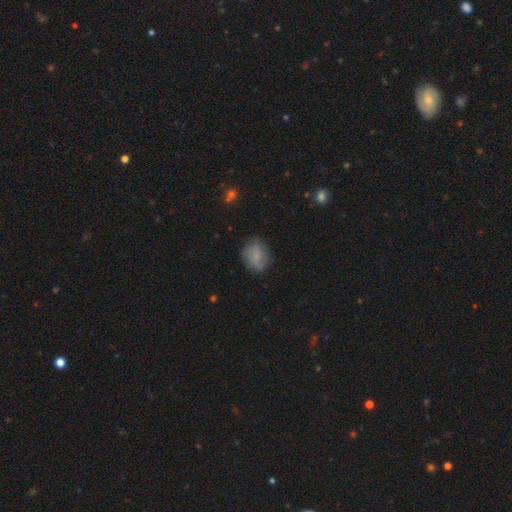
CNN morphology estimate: Overall: smooth (71%). How rounded: round (60%; in between 39%). Merging: none (68%).